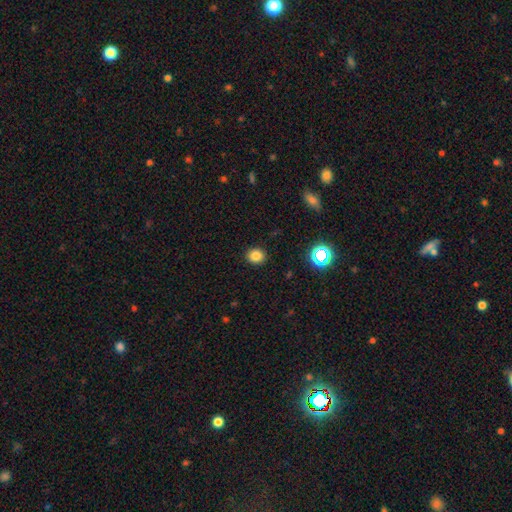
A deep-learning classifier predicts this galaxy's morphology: Smooth or featured? smooth (82%)
How rounded? round (78%)
Merging? none (91%)